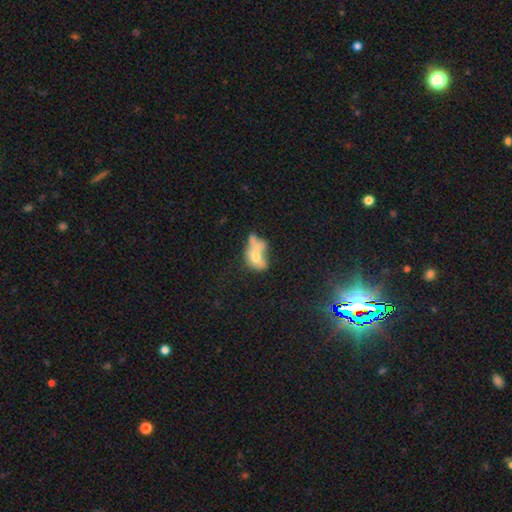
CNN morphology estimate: This appears to be a smooth galaxy with no disk features (54%) that is in between round and cigar-shaped (74%). Merging: merger (40%).